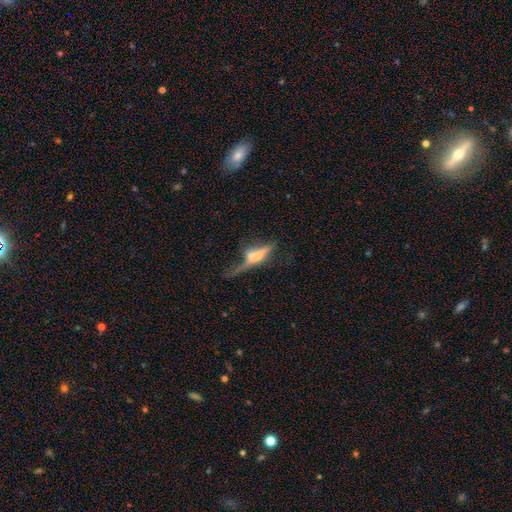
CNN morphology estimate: A featured or disk galaxy (59%) viewed edge-on (80%).

Vote fractions:
- Smooth or featured? featured or disk: 59% / smooth: 31% / star or artifact: 10%
- Edge-on disk? yes: 80% / no: 20%
- Merging? none: 35% / merger: 30% / major disturbance: 18% / minor disturbance: 17%